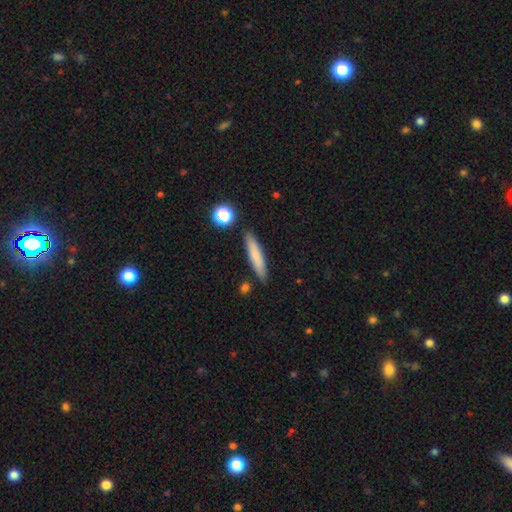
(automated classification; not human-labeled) This is likely a smooth galaxy (75%). How rounded: clearly cigar-shaped (88%). Merging: clearly none (86%).